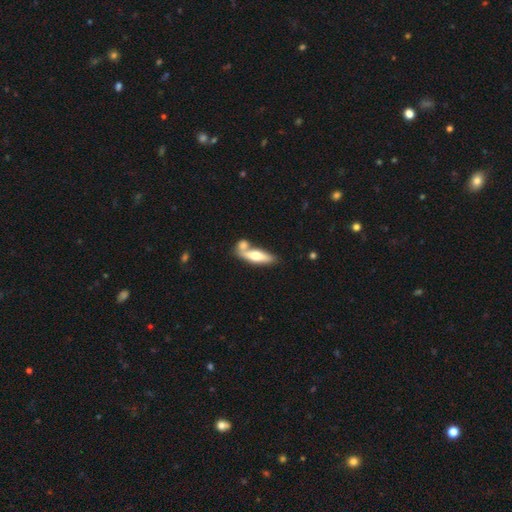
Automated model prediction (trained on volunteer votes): Smooth or featured? smooth (55%)
How rounded? cigar-shaped (51%)
Merging? none (46%)